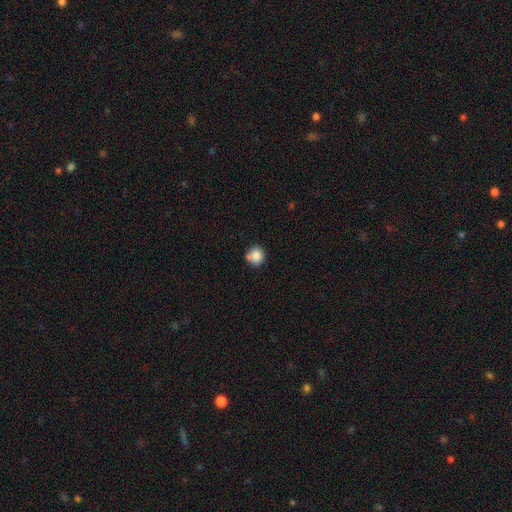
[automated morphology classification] Q: Smooth or featured?
A: smooth (85%); runner-up: star or artifact (9%)
Q: How rounded?
A: round (87%); runner-up: in between (12%)
Q: Merging?
A: none (66%); runner-up: minor disturbance (17%)